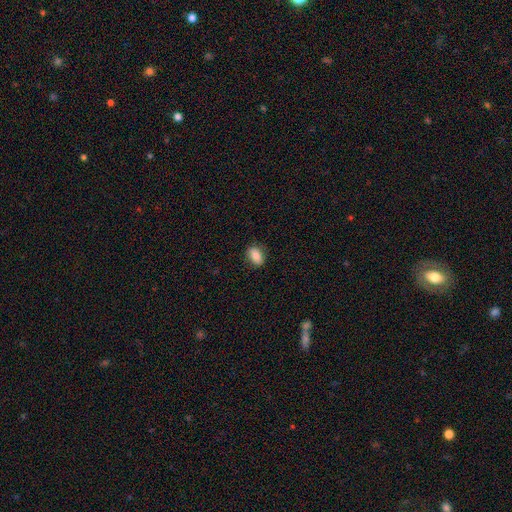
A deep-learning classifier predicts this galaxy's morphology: A smooth galaxy with no disk features (83%) that is in between round and cigar-shaped (82%).

Vote fractions:
- Smooth or featured? smooth: 83% / featured or disk: 10% / star or artifact: 8%
- How rounded? in between: 82% / round: 16% / cigar-shaped: 3%
- Merging? none: 83% / minor disturbance: 13% / major disturbance: 3% / merger: 1%